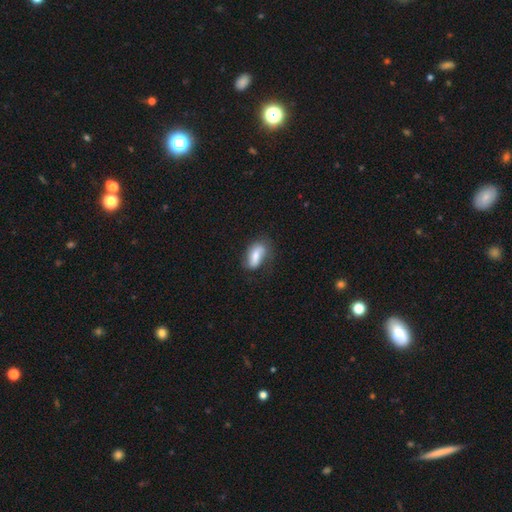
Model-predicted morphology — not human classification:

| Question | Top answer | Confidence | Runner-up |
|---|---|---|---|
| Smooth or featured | smooth | 58% | featured or disk (34%) |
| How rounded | in between | 83% | cigar-shaped (12%) |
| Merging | none | 61% | minor disturbance (26%) |